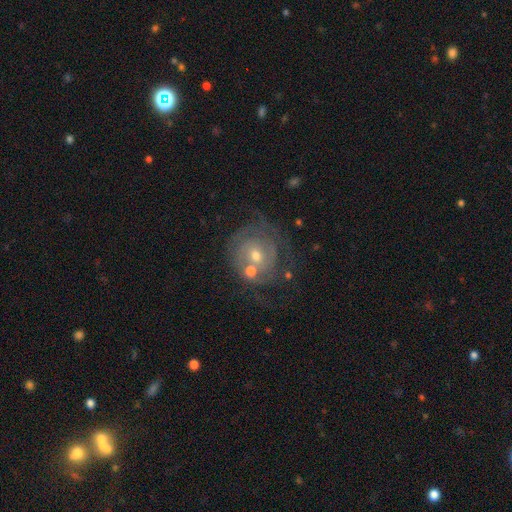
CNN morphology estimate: Overall: featured or disk (74%). Edge-on disk: no (97%). Bar: no (70%). Spiral arms: yes (81%). Spiral arm count: can't tell (44%; 2 28%). Spiral winding: tight (64%; medium 26%). Bulge size: moderate (50%; small 45%). Merging: none (53%; minor disturbance 17%).